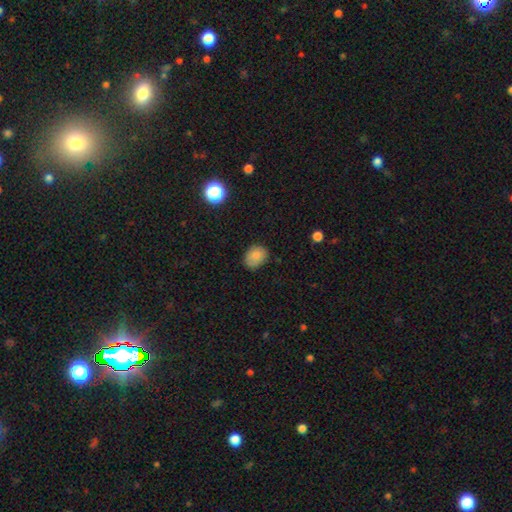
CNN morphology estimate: Overall: smooth (82%). How rounded: in between (53%; round 46%). Merging: none (73%).